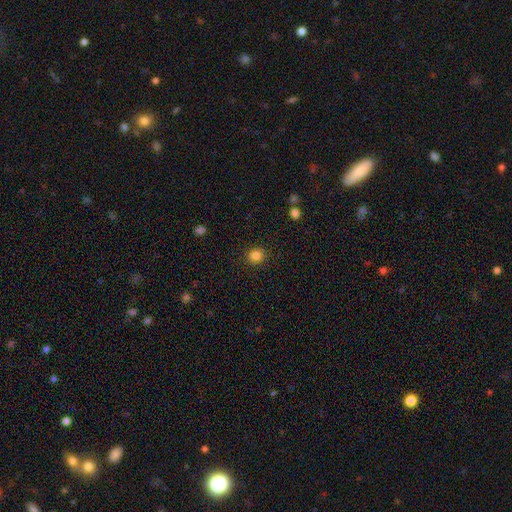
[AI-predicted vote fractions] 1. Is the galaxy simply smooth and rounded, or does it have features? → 84% smooth, 12% star or artifact, 5% featured or disk.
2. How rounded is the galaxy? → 87% round, 12% in between, 1% cigar-shaped.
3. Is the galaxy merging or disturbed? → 91% none, 6% minor disturbance, 2% major disturbance, 1% merger.